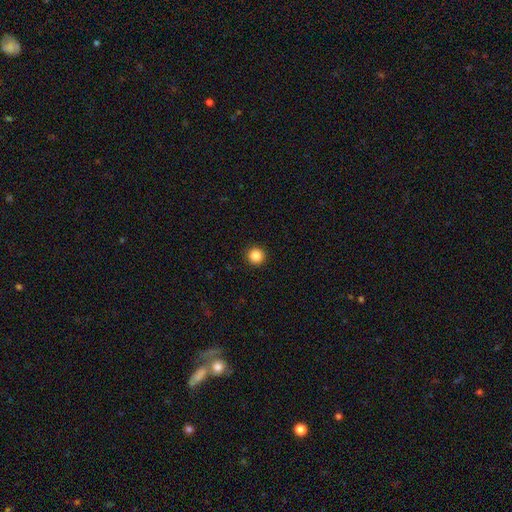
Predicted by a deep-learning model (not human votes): Q: Smooth or featured?
A: smooth (87%); runner-up: star or artifact (10%)
Q: How rounded?
A: round (96%); runner-up: in between (3%)
Q: Merging?
A: none (94%); runner-up: minor disturbance (4%)